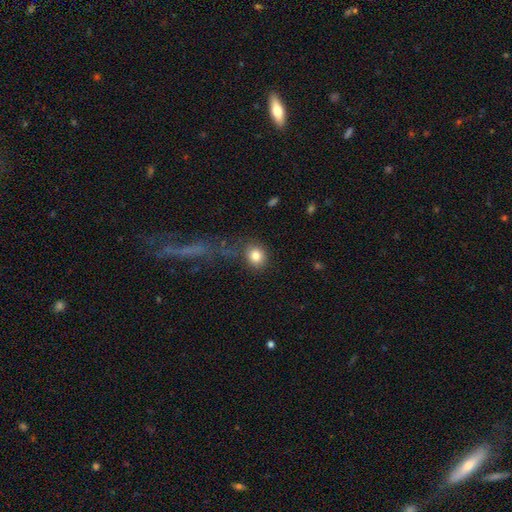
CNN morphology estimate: This appears to be a smooth galaxy with no disk features (83%) that is round (75%). Merging: none (75%).